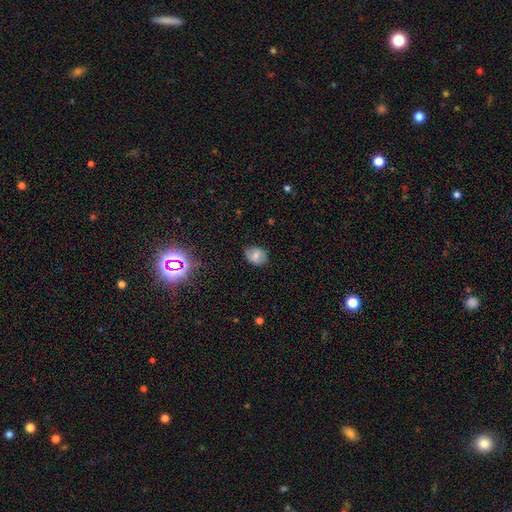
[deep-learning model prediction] The model was most divided on "how rounded": in between: 66%, round: 33%, cigar-shaped: 1%. More confident: merging — none (78%); smooth or featured — smooth (63%).